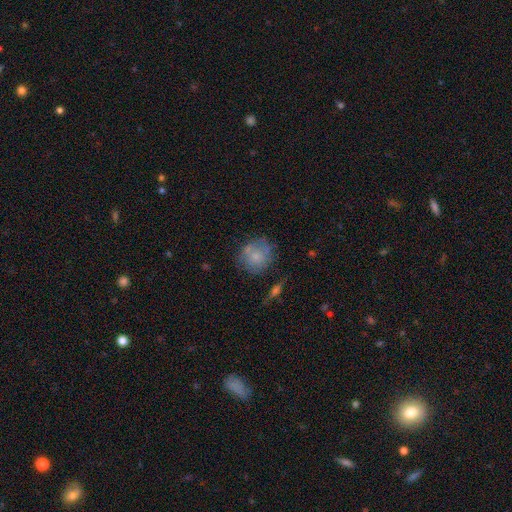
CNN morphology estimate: Smooth or featured? Predicted: smooth (p=0.69). How rounded? Predicted: round (p=0.85). Merging? Predicted: none (p=0.61).